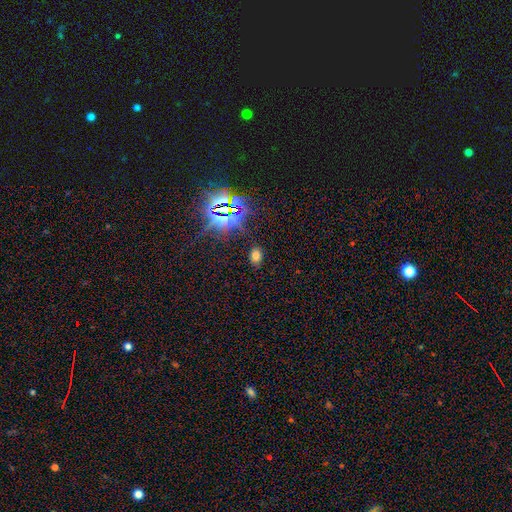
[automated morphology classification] This is likely a smooth galaxy (65%). How rounded: likely in between (79%). Merging: clearly none (84%).